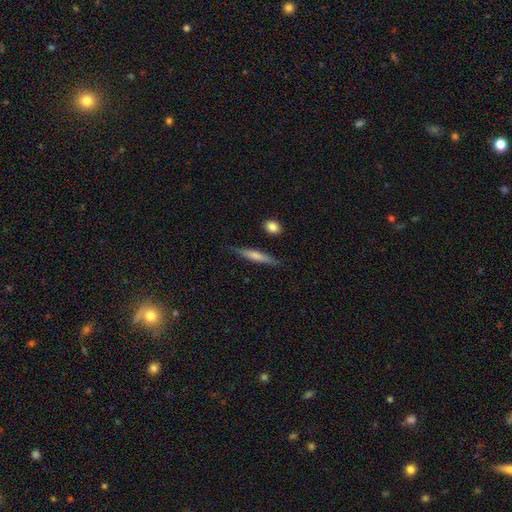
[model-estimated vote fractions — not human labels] smooth_or_featured: smooth (p=0.62) [alt: featured or disk p=0.32]
how_rounded: cigar-shaped (p=0.88) [alt: in between p=0.10]
merging: none (p=0.81) [alt: minor disturbance p=0.13]